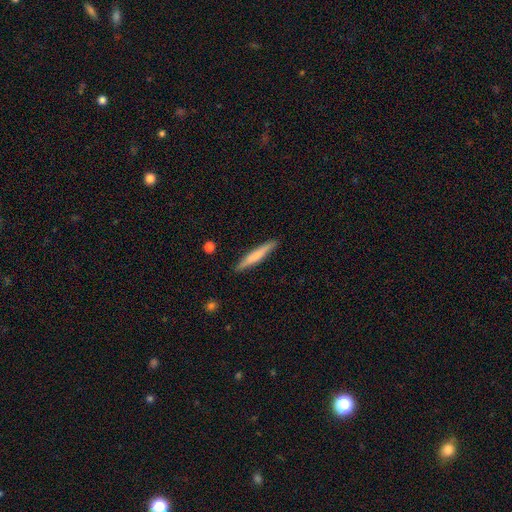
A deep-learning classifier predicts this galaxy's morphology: Overall: smooth (62%; featured or disk 32%). How rounded: cigar-shaped (94%). Merging: none (90%).